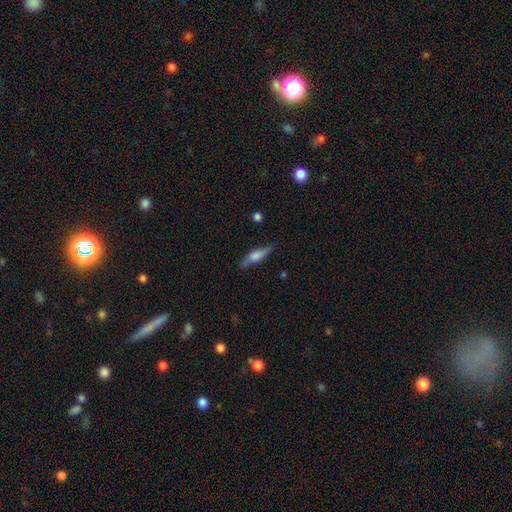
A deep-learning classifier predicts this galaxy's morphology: A smooth galaxy with no disk features (61%) that is cigar-shaped (59%). Merging: none (67%).